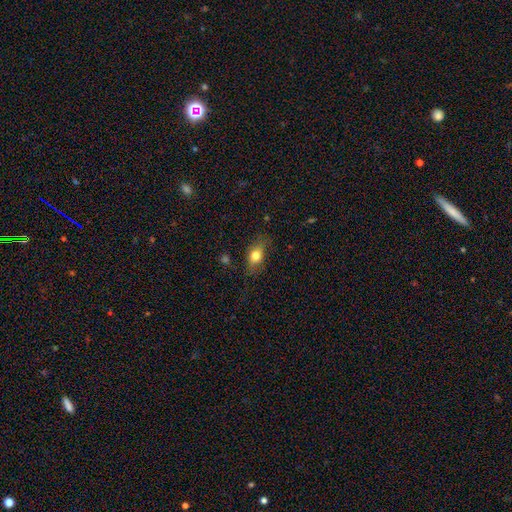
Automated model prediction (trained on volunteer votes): A smooth galaxy with no disk features (78%) that is in between round and cigar-shaped (74%). Merging: none (75%).